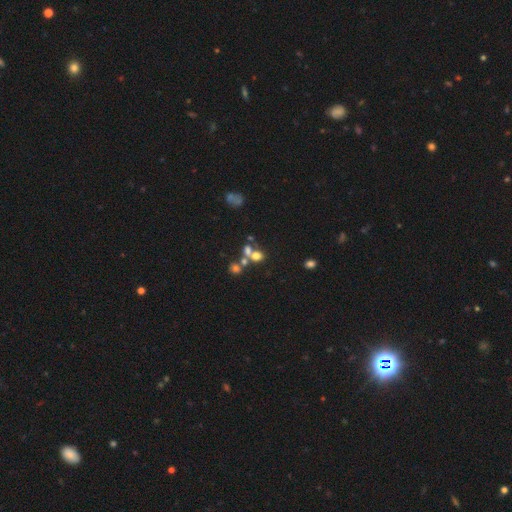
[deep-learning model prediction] A smooth galaxy with no disk features (59%) that is round (73%). Merging: merger (45%).